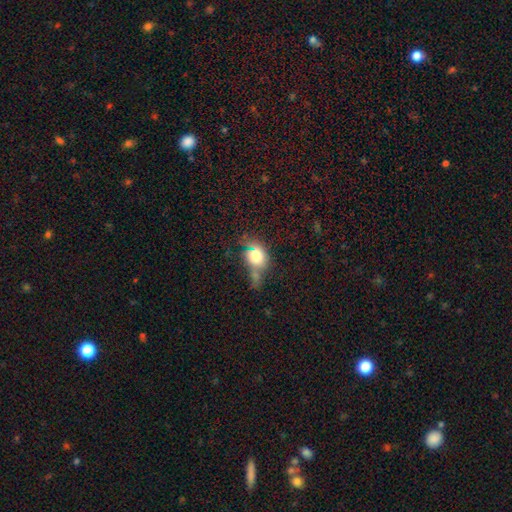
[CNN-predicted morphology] smooth 69%, featured or disk 18%, star or artifact 13%. Down the decision tree: how rounded — in between (57%); merging — none (35%).